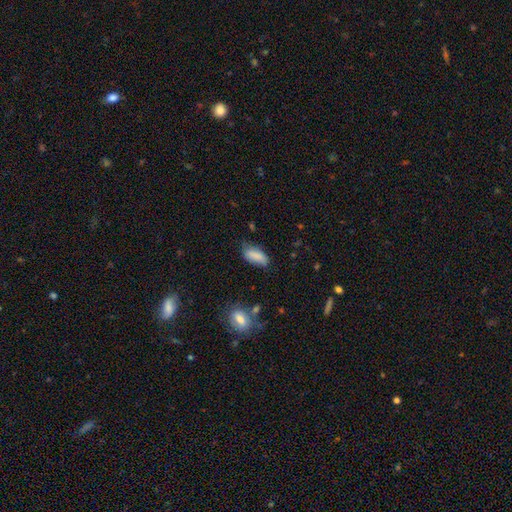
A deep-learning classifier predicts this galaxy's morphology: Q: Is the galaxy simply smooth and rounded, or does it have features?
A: smooth — 84%.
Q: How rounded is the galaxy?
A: in between — 85%.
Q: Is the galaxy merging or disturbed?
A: none — 58%.